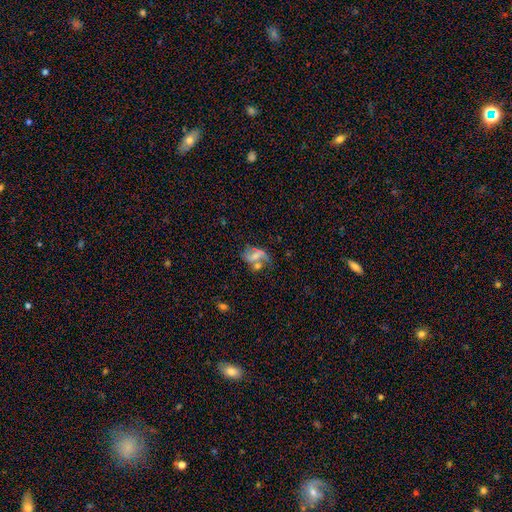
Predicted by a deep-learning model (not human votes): Q: Smooth or featured?
A: featured or disk (44%); runner-up: smooth (42%)
Q: Merging?
A: merger (33%); runner-up: none (31%)